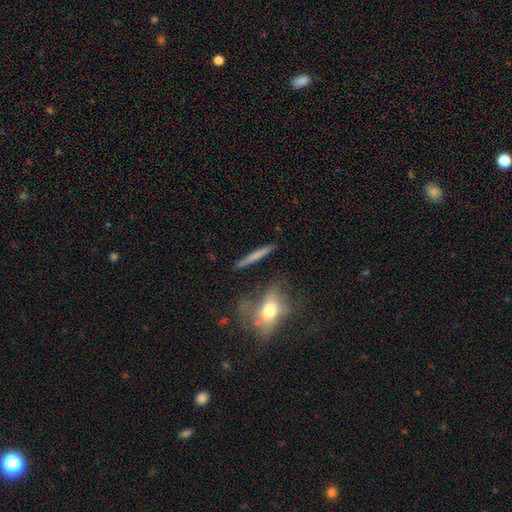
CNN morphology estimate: smooth-or-featured: smooth: 61% | featured or disk: 32% | star or artifact: 7%
  how-rounded: cigar-shaped: 91% | in between: 6% | round: 3%
  merging: none: 83% | minor disturbance: 10% | merger: 4% | major disturbance: 3%